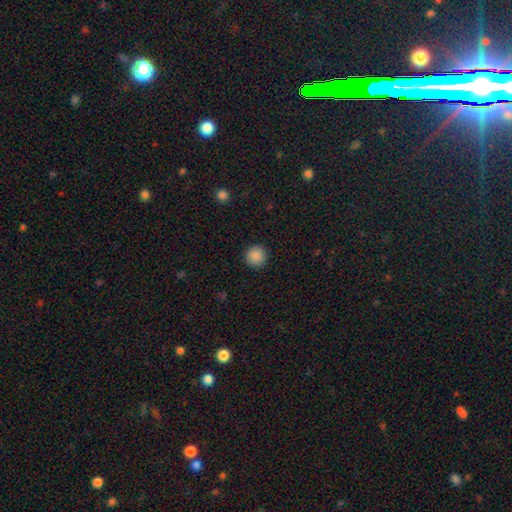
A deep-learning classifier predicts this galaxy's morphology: Smooth or featured? smooth (89%)
How rounded? round (95%)
Merging? none (92%)